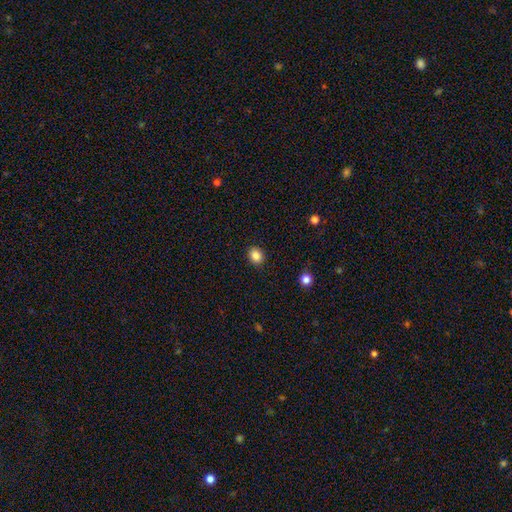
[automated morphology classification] Smooth or featured: smooth — 86% (star or artifact — 10%)
How rounded: round — 55% (in between — 44%)
Merging: none — 90% (minor disturbance — 7%)